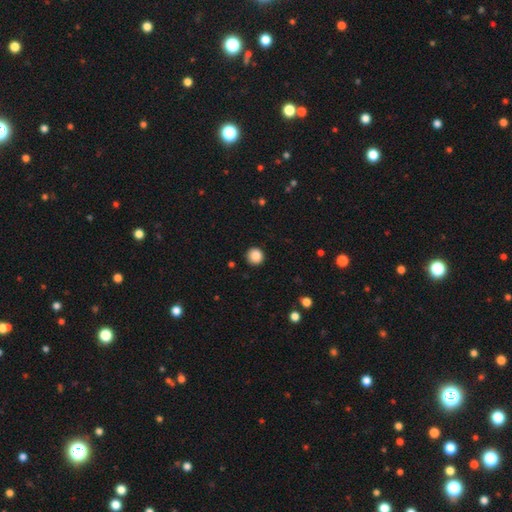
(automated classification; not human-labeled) Overall: smooth (87%). How rounded: round (94%). Merging: none (91%).